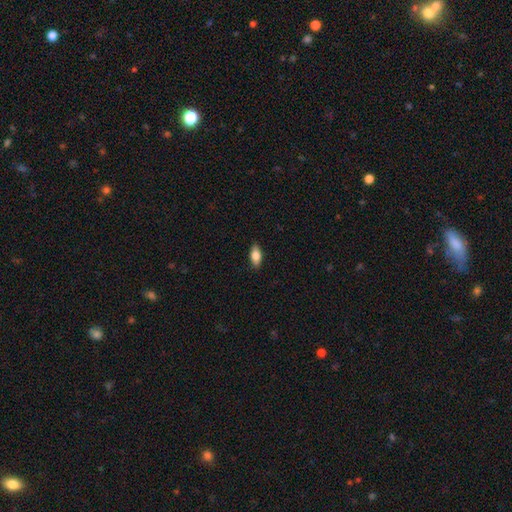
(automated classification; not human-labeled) Overall: smooth (78%). How rounded: in between (84%). Merging: none (87%).